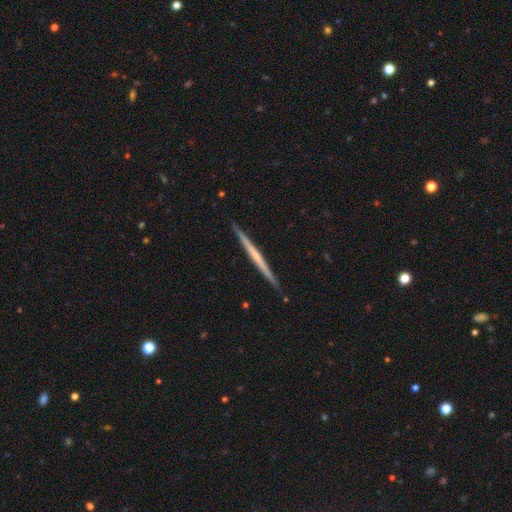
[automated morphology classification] Q: Smooth or featured?
A: featured or disk (61%); runner-up: smooth (34%)
Q: Edge-on disk?
A: yes (98%); runner-up: no (2%)
Q: Edge-on bulge?
A: none (81%); runner-up: rounded (13%)
Q: Merging?
A: none (91%); runner-up: minor disturbance (7%)